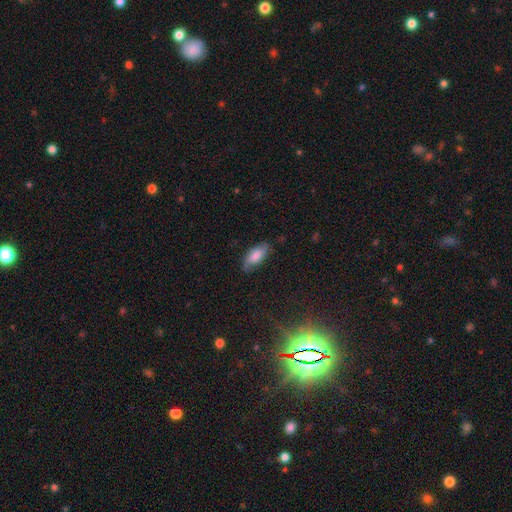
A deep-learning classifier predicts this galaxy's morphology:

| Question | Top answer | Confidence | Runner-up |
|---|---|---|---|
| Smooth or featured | smooth | 78% | featured or disk (15%) |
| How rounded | in between | 82% | cigar-shaped (15%) |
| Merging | none | 74% | minor disturbance (20%) |